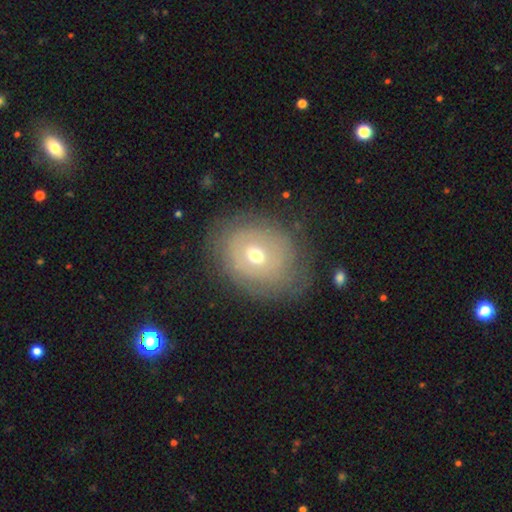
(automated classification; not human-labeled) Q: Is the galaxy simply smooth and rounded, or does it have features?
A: featured or disk — 53%.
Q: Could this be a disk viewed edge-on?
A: no — 95%.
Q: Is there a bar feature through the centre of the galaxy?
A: no — 76%.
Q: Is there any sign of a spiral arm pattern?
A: no — 56%.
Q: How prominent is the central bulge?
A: moderate — 57%.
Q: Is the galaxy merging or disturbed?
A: none — 70%.